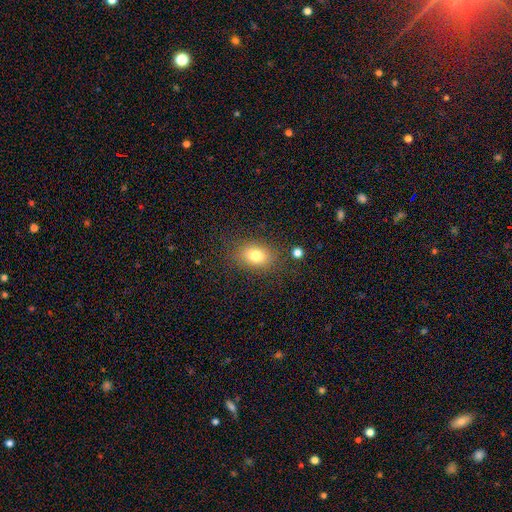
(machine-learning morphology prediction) A smooth galaxy with no disk features (78%) that is in between round and cigar-shaped (72%). Merging: none (80%).